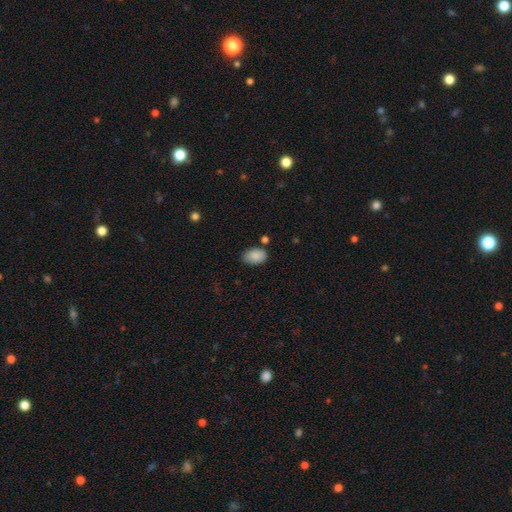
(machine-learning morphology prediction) smooth_or_featured: smooth (p=0.88) [alt: star or artifact p=0.07]
how_rounded: in between (p=0.90) [alt: round p=0.08]
merging: none (p=0.78) [alt: minor disturbance p=0.15]